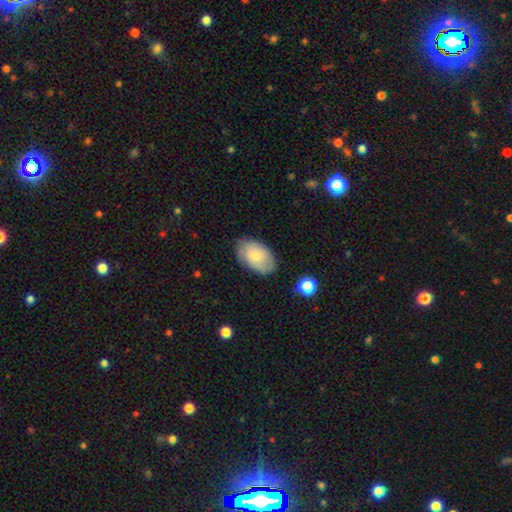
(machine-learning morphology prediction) type=smooth (62%); roundness=in between (91%); merging=none (77%).